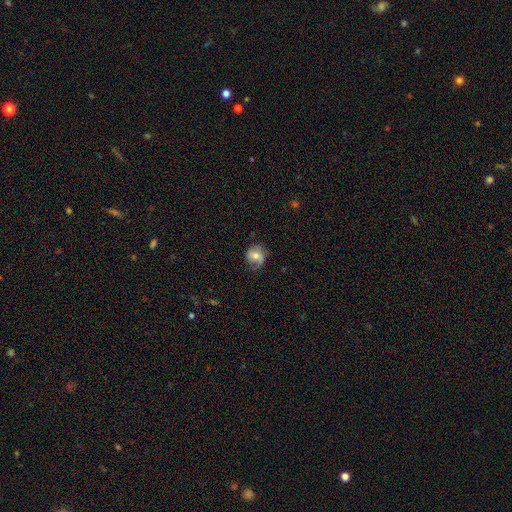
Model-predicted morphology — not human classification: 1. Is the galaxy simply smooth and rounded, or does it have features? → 62% smooth, 29% featured or disk, 9% star or artifact.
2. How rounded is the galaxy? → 76% round, 23% in between, 1% cigar-shaped.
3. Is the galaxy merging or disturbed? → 67% none, 24% minor disturbance, 8% major disturbance, 1% merger.